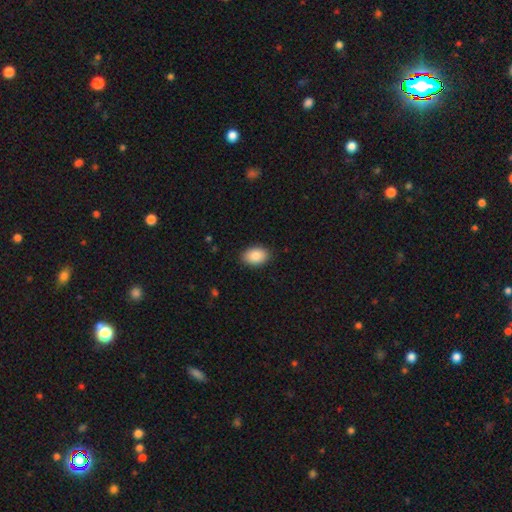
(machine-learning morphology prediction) A smooth galaxy with no disk features (87%) that is in between round and cigar-shaped (85%).

Vote fractions:
- Smooth or featured? smooth: 87% / star or artifact: 7% / featured or disk: 5%
- How rounded? in between: 85% / round: 14% / cigar-shaped: 1%
- Merging? none: 88% / minor disturbance: 9% / major disturbance: 2% / merger: 1%